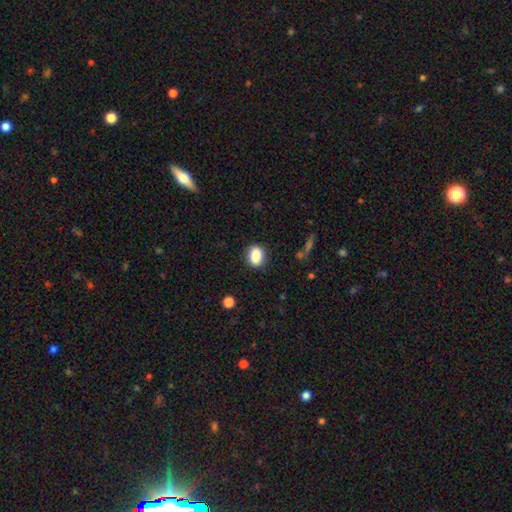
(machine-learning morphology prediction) This appears to be a smooth galaxy with no disk features (86%) that is in between round and cigar-shaped (69%). Merging: none (84%).